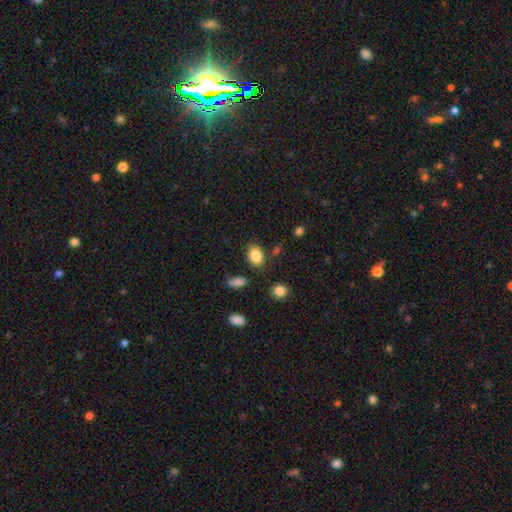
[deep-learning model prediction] A smooth galaxy with no disk features (85%) that is in between round and cigar-shaped (82%).

Vote fractions:
- Smooth or featured? smooth: 85% / star or artifact: 8% / featured or disk: 6%
- How rounded? in between: 82% / round: 17% / cigar-shaped: 1%
- Merging? none: 80% / minor disturbance: 12% / merger: 5% / major disturbance: 3%